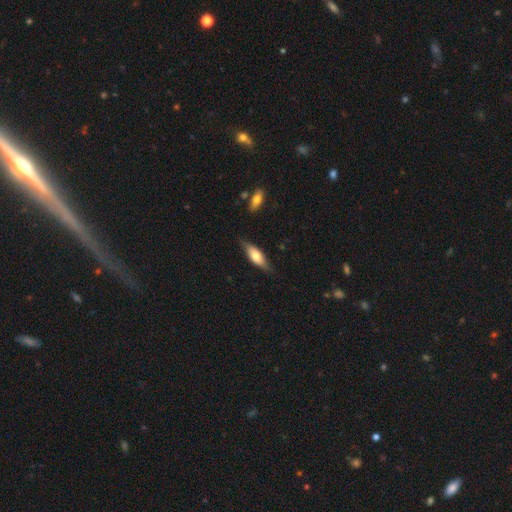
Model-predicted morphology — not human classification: The model was most divided on "how rounded": in between: 59%, cigar-shaped: 39%, round: 2%. More confident: merging — none (76%); smooth or featured — smooth (63%).